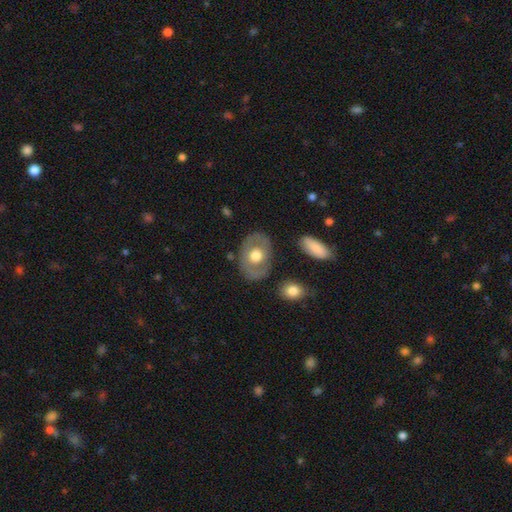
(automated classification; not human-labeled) Overall: smooth (48%; featured or disk 47%). Merging: none (80%).